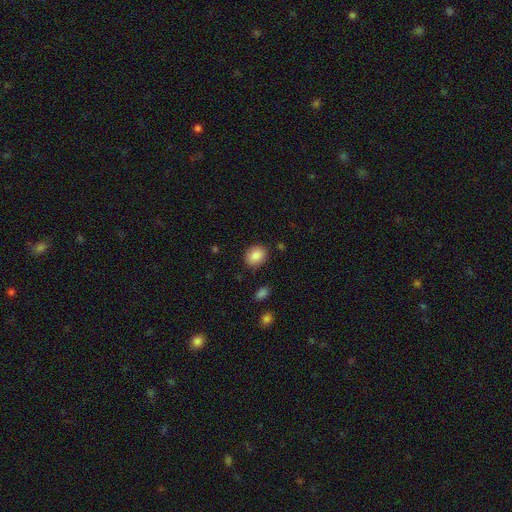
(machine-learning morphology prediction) type=smooth (87%); roundness=round (51%); merging=none (85%).